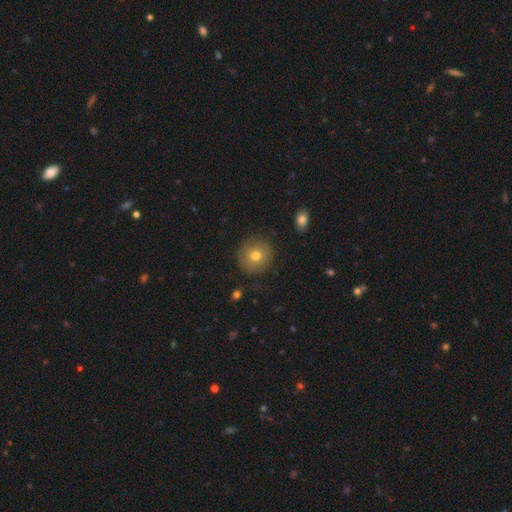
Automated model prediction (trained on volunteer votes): A smooth galaxy with no disk features (74%) that is round (90%). Merging: none (86%).